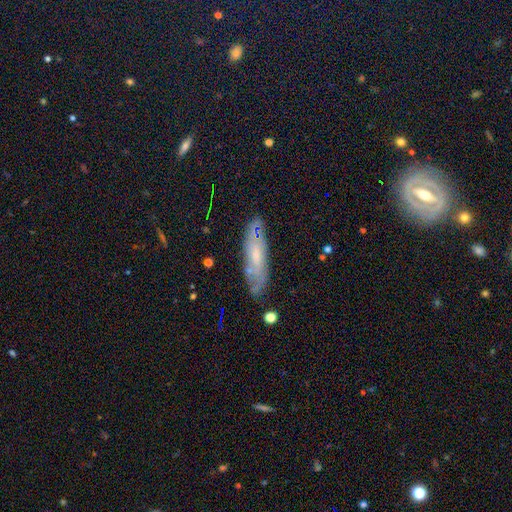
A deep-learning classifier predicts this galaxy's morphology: type=featured or disk (56%); edge-on=no (65%); merging=none (73%).